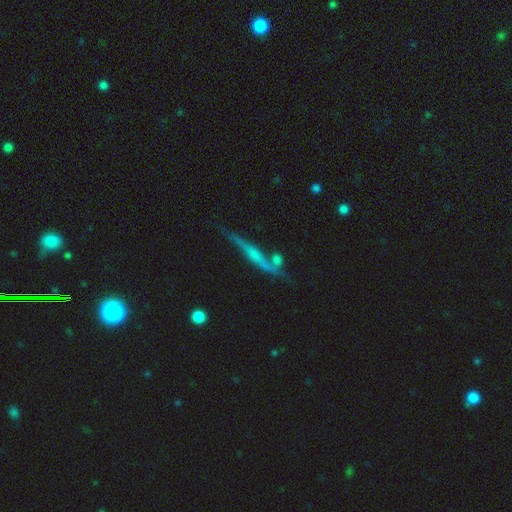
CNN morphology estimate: A featured or disk galaxy (65%) viewed edge-on (85%) with a rounded central bulge (43%).

Vote fractions:
- Smooth or featured? featured or disk: 65% / smooth: 25% / star or artifact: 10%
- Edge-on disk? yes: 85% / no: 15%
- Edge-on bulge? rounded: 43% / none: 41% / boxy: 16%
- Merging? none: 55% / minor disturbance: 20% / merger: 16% / major disturbance: 9%